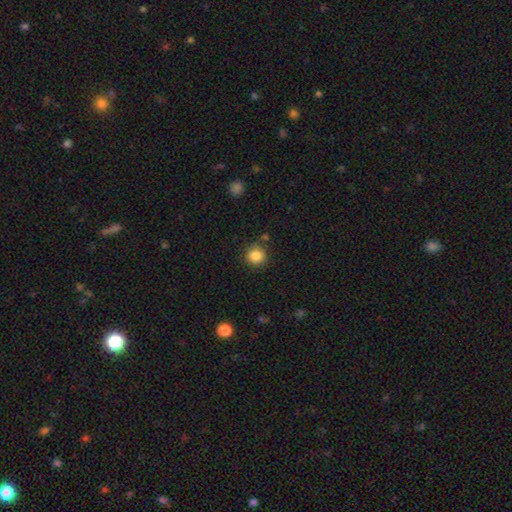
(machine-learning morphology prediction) Smooth or featured: smooth — 86% (star or artifact — 10%)
How rounded: round — 91% (in between — 8%)
Merging: none — 83% (minor disturbance — 10%)